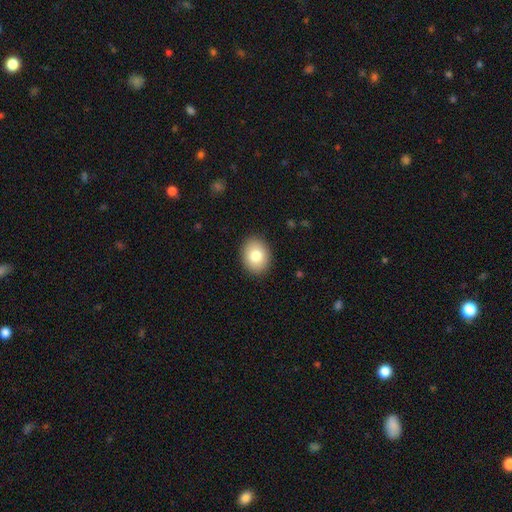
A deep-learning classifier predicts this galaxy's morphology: Smooth or featured?
  - smooth: 81% *
  - featured or disk: 11%
  - star or artifact: 8%
How rounded?
  - in between: 52% *
  - round: 47%
  - cigar-shaped: 1%
Merging?
  - none: 90% *
  - minor disturbance: 7%
  - major disturbance: 2%
  - merger: 1%